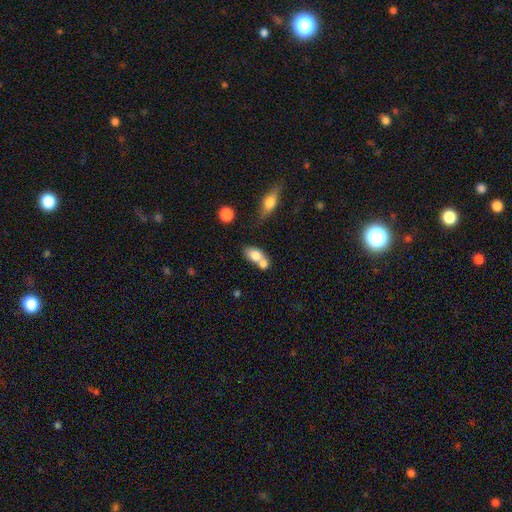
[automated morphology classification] smooth_or_featured: smooth (p=0.76) [alt: featured or disk p=0.16]
how_rounded: in between (p=0.79) [alt: round p=0.18]
merging: merger (p=0.53) [alt: none p=0.33]